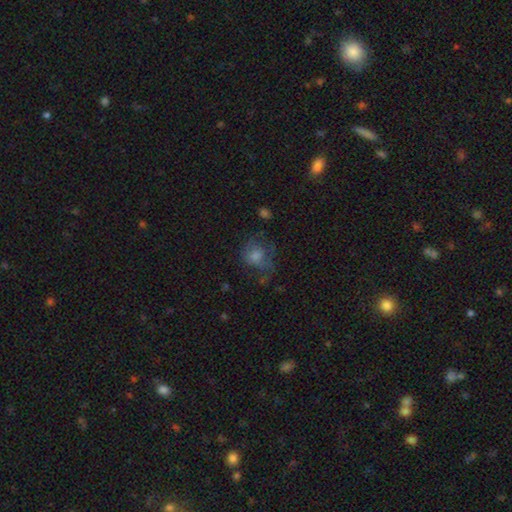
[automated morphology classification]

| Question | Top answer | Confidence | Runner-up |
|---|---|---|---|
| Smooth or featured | smooth | 55% | featured or disk (27%) |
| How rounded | round | 66% | in between (33%) |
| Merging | none | 48% | major disturbance (25%) |